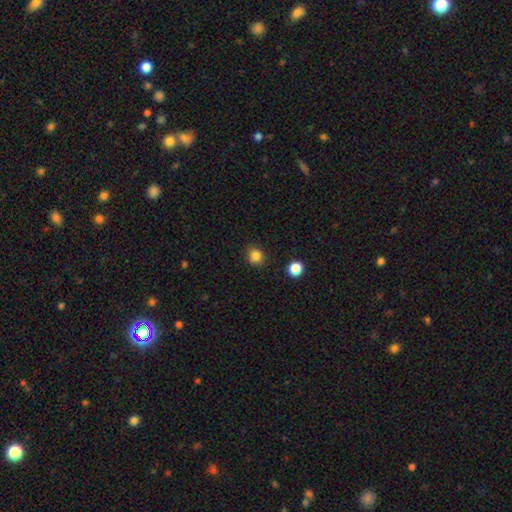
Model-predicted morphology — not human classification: smooth_or_featured: smooth (p=0.84) [alt: star or artifact p=0.12]
how_rounded: round (p=0.85) [alt: in between p=0.14]
merging: none (p=0.87) [alt: minor disturbance p=0.09]